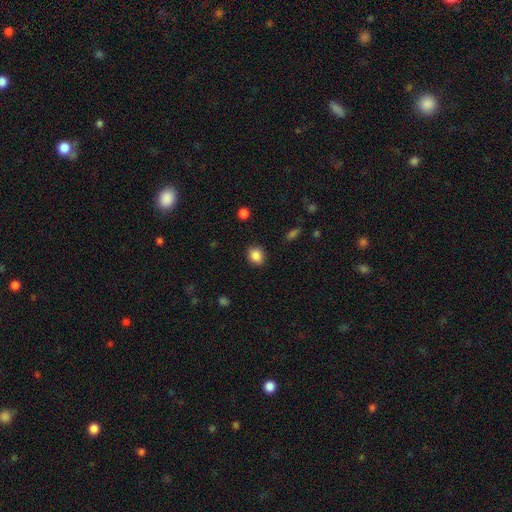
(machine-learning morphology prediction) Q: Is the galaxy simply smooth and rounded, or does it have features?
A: smooth — 86%.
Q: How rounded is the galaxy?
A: round — 69%.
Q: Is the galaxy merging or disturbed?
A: none — 88%.